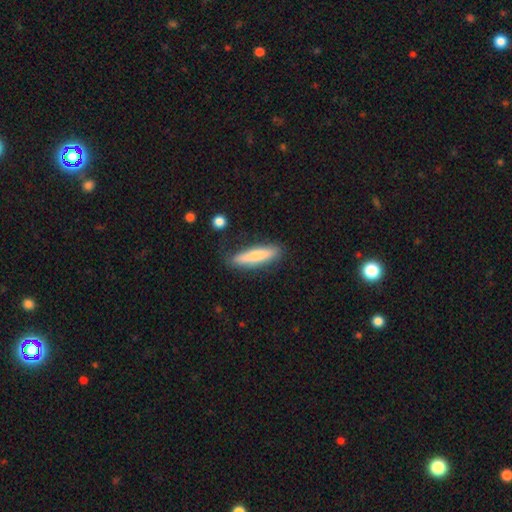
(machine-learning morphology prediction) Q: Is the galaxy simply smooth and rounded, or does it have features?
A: smooth — 71%.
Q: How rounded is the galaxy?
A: cigar-shaped — 80%.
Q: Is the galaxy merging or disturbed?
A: none — 81%.